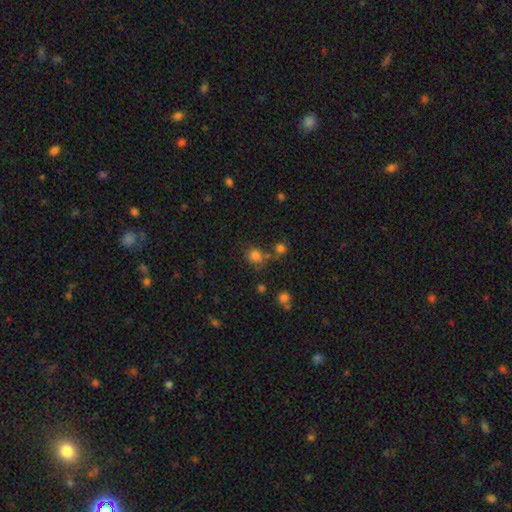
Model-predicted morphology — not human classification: Smooth or featured? smooth (79%)
How rounded? round (79%)
Merging? none (62%)